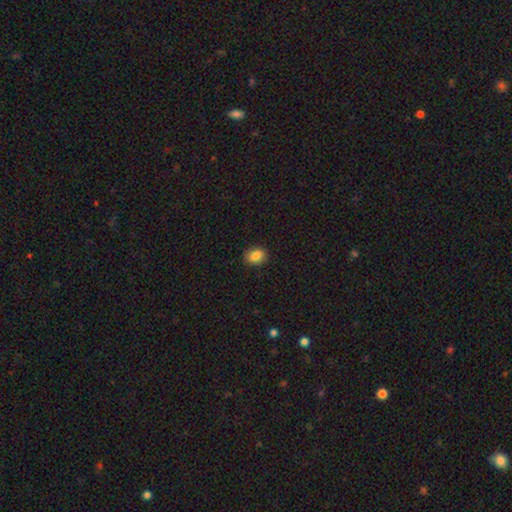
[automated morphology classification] Smooth or featured? smooth (85%)
How rounded? in between (61%)
Merging? none (88%)